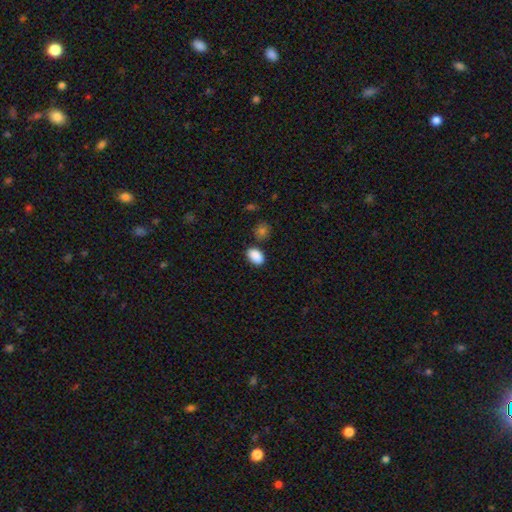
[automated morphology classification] Smooth or featured: smooth — 89% (star or artifact — 8%)
How rounded: in between — 90% (round — 9%)
Merging: none — 77% (minor disturbance — 14%)